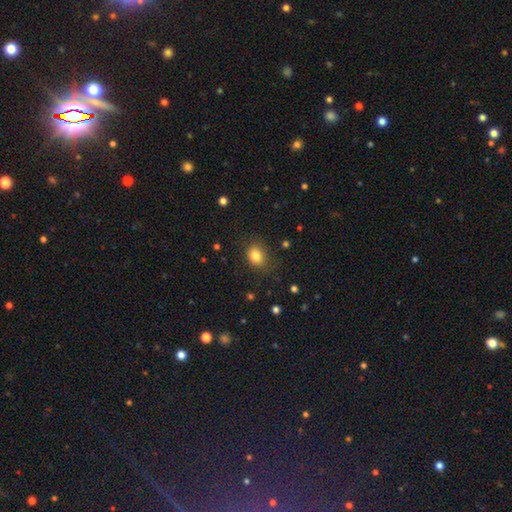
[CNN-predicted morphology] A smooth galaxy with no disk features (81%) that is round (51%). Merging: none (77%).